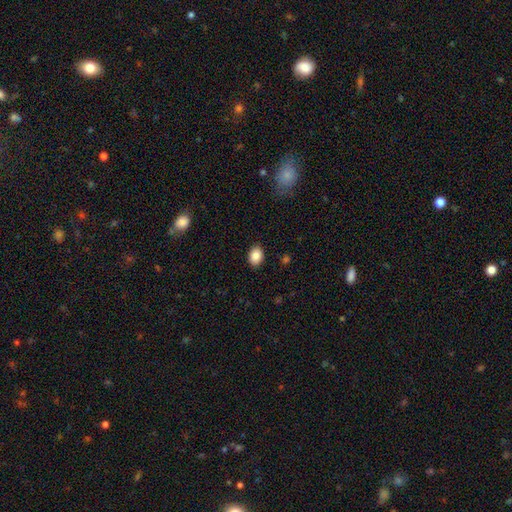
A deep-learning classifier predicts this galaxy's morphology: Q: Smooth or featured?
A: smooth (87%); runner-up: star or artifact (8%)
Q: How rounded?
A: in between (71%); runner-up: round (28%)
Q: Merging?
A: none (88%); runner-up: minor disturbance (8%)